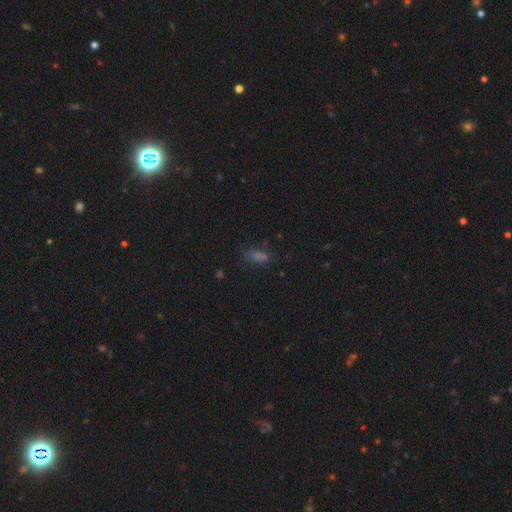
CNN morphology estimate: Smooth or featured? Predicted: smooth (p=0.58). How rounded? Predicted: in between (p=0.73). Merging? Predicted: none (p=0.66).